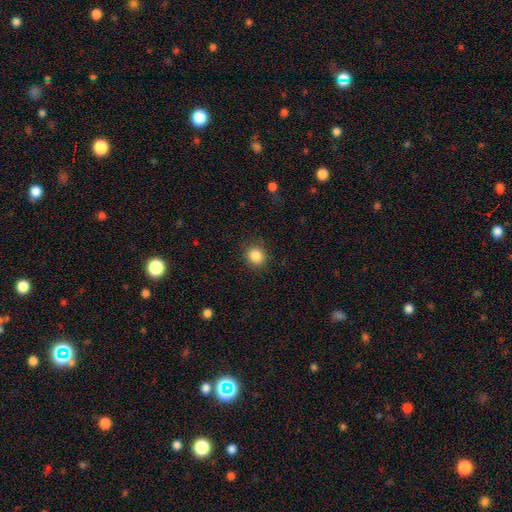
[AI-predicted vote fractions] This appears to be a smooth galaxy with no disk features (86%) that is round (85%). Merging: none (88%).